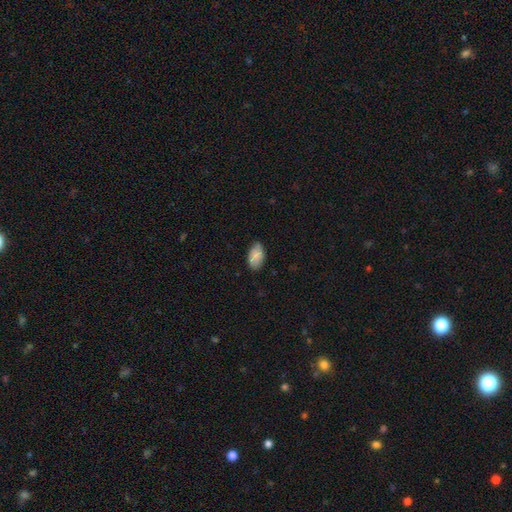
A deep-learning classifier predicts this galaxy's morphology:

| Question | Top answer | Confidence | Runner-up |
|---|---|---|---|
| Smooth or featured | smooth | 82% | featured or disk (11%) |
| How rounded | in between | 94% | round (4%) |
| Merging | none | 75% | minor disturbance (21%) |